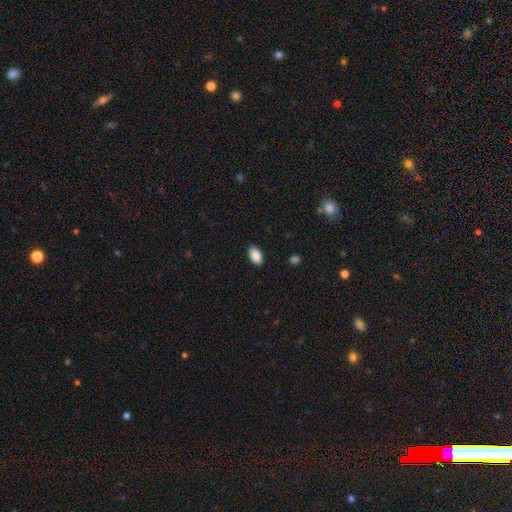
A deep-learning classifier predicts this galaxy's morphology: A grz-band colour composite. It shows a smooth galaxy with no disk features (89%) that is in between round and cigar-shaped (94%). Merging: none (88%).